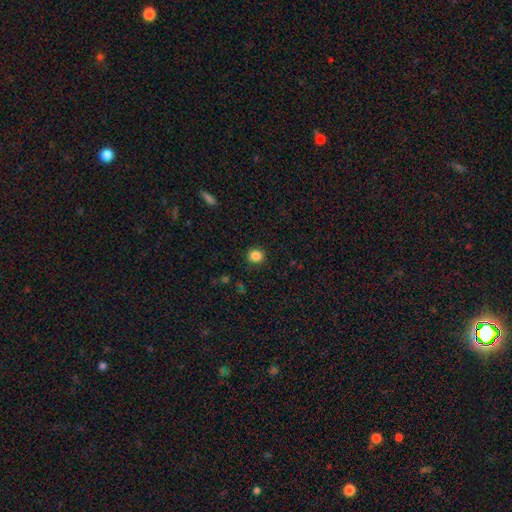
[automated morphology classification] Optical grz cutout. It shows a smooth galaxy with no disk features (86%) that is round (88%). Merging: none (91%).